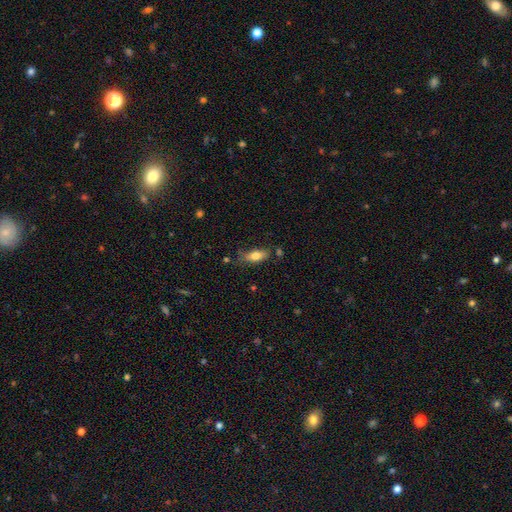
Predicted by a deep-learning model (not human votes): Smooth or featured? Predicted: smooth (p=0.75). How rounded? Predicted: in between (p=0.77). Merging? Predicted: none (p=0.67).